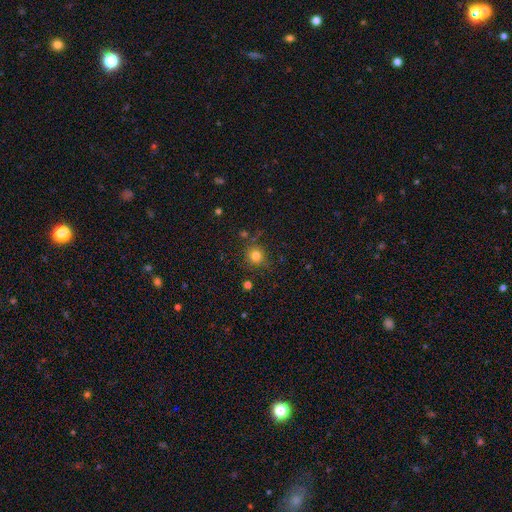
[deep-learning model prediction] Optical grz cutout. It shows a smooth galaxy with no disk features (78%) that is round (88%). Merging: none (79%).